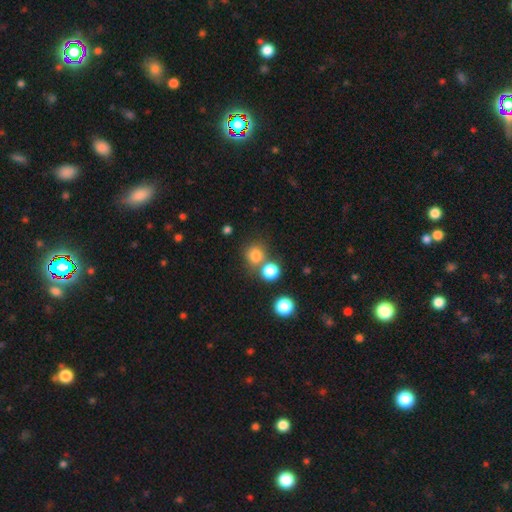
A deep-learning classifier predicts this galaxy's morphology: Smooth or featured?
  - smooth: 79% *
  - star or artifact: 15%
  - featured or disk: 7%
How rounded?
  - round: 87% *
  - in between: 12%
  - cigar-shaped: 1%
Merging?
  - none: 65% *
  - merger: 23%
  - minor disturbance: 9%
  - major disturbance: 4%